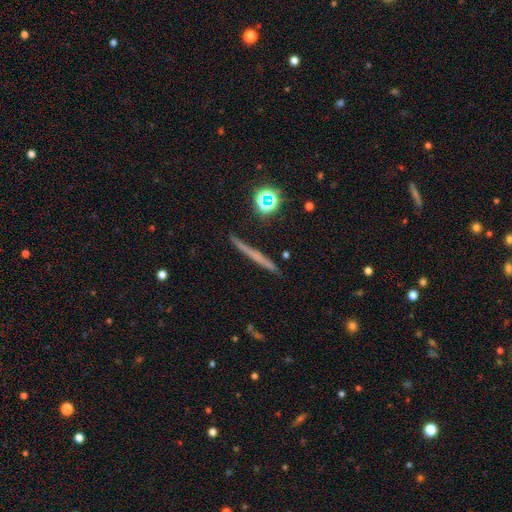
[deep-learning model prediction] featured or disk 47%, smooth 41%, star or artifact 11%. Down the decision tree: merging — none (90%).